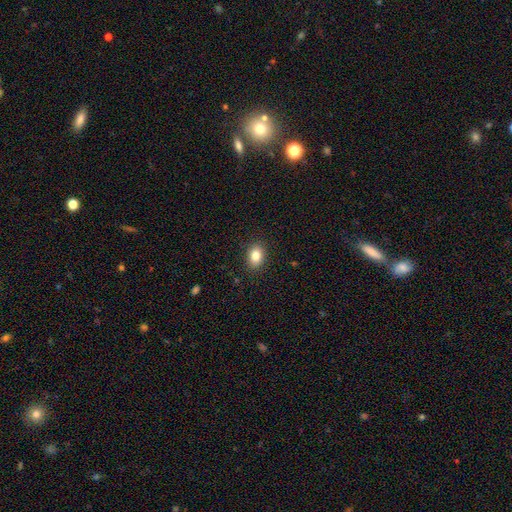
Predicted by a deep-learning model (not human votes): smooth_or_featured: smooth (p=0.83) [alt: star or artifact p=0.09]
how_rounded: in between (p=0.74) [alt: round p=0.25]
merging: none (p=0.88) [alt: minor disturbance p=0.08]